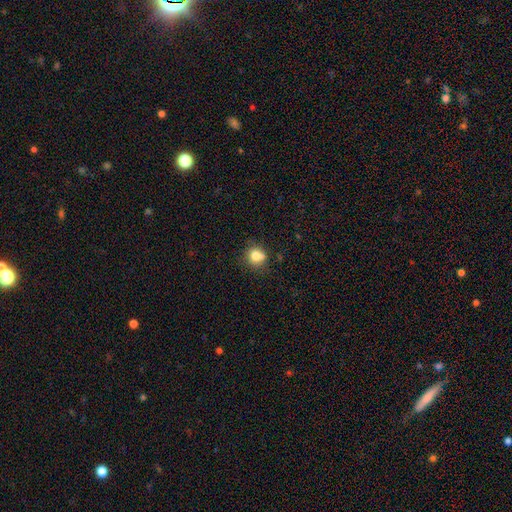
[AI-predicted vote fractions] smooth-or-featured: smooth: 78% | star or artifact: 11% | featured or disk: 11%
  how-rounded: round: 84% | in between: 15% | cigar-shaped: 1%
  merging: none: 62% | merger: 17% | minor disturbance: 16% | major disturbance: 5%